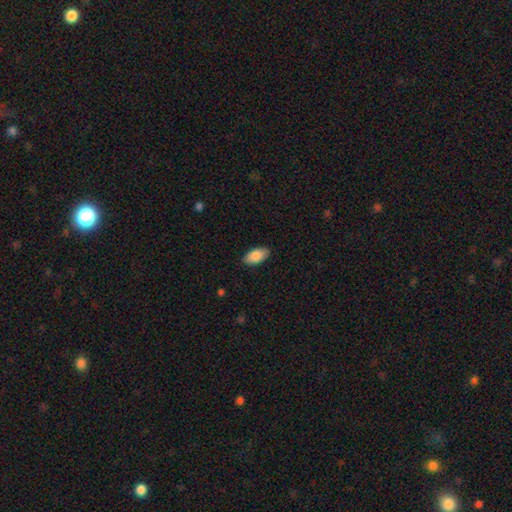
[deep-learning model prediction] Overall: smooth (87%). How rounded: in between (94%). Merging: none (87%).